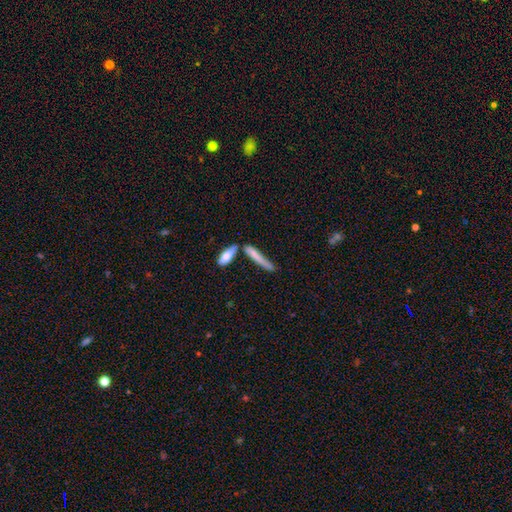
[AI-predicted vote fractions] This is likely a smooth galaxy (68%). How rounded: clearly cigar-shaped (86%). Merging: possibly none (47%).